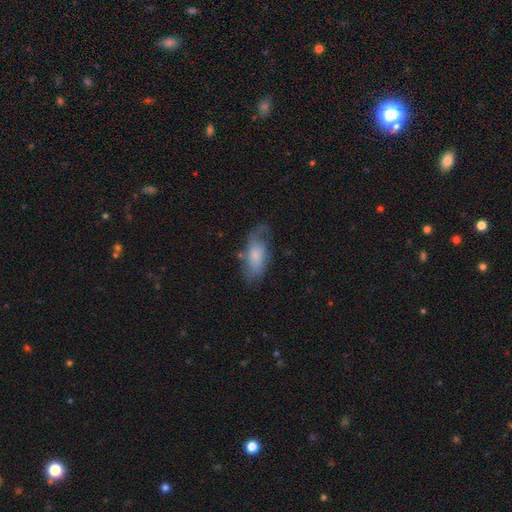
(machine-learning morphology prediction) A smooth galaxy with no disk features (58%) that is in between round and cigar-shaped (85%).

Vote fractions:
- Smooth or featured? smooth: 58% / featured or disk: 35% / star or artifact: 7%
- How rounded? in between: 85% / cigar-shaped: 12% / round: 3%
- Merging? none: 49% / minor disturbance: 29% / major disturbance: 20% / merger: 3%